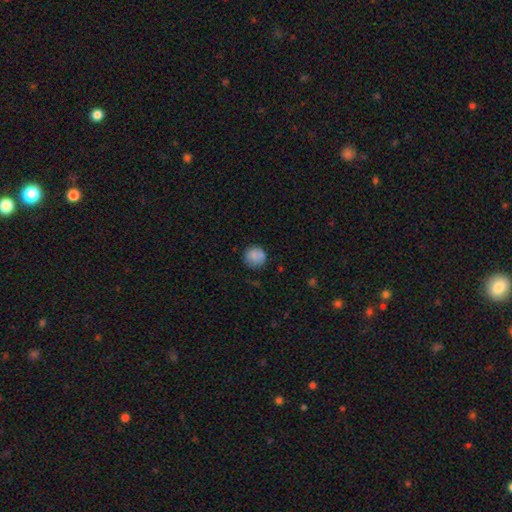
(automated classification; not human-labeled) smooth-or-featured: smooth: 83% | featured or disk: 9% | star or artifact: 9%
  how-rounded: round: 91% | in between: 8% | cigar-shaped: 1%
  merging: none: 76% | minor disturbance: 16% | major disturbance: 4% | merger: 4%